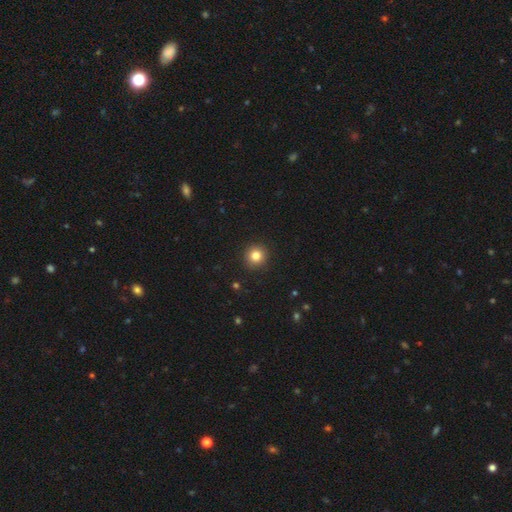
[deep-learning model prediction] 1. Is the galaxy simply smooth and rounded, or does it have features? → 82% smooth, 11% star or artifact, 6% featured or disk.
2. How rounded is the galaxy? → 94% round, 6% in between, 1% cigar-shaped.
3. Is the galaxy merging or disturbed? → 92% none, 5% minor disturbance, 2% major disturbance, 1% merger.